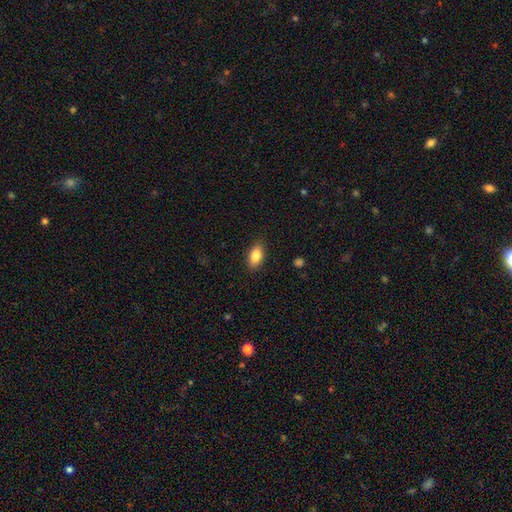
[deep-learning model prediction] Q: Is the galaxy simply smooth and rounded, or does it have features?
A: smooth — 85%.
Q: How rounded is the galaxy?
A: in between — 90%.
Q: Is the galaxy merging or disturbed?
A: none — 86%.